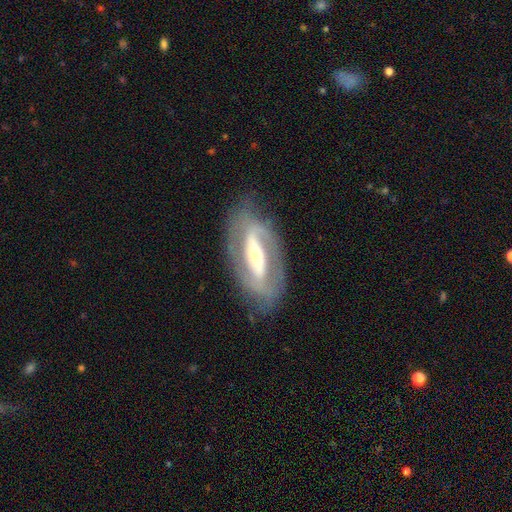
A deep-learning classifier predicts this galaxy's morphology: The model was most divided on "spiral winding": medium: 41%, tight: 38%, loose: 21%. Remaining: edge-on disk — no (90%); smooth or featured — featured or disk (81%); spiral arm count — 2 (81%); spiral arms — yes (79%); merging — none (74%); bar — strong (60%); bulge size — moderate (50%).